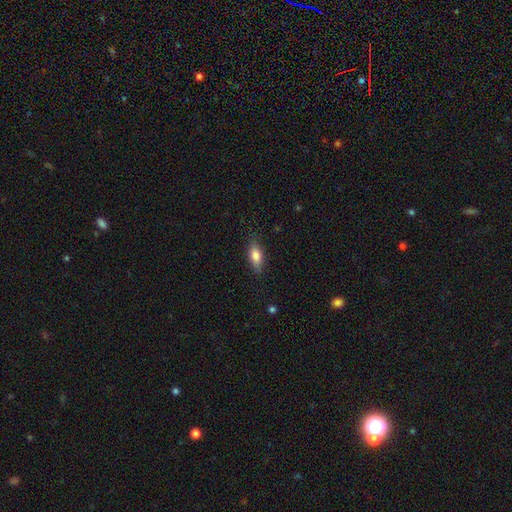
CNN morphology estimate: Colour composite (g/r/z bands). It shows a smooth galaxy with no disk features (80%) that is in between round and cigar-shaped (80%). Merging: none (80%).